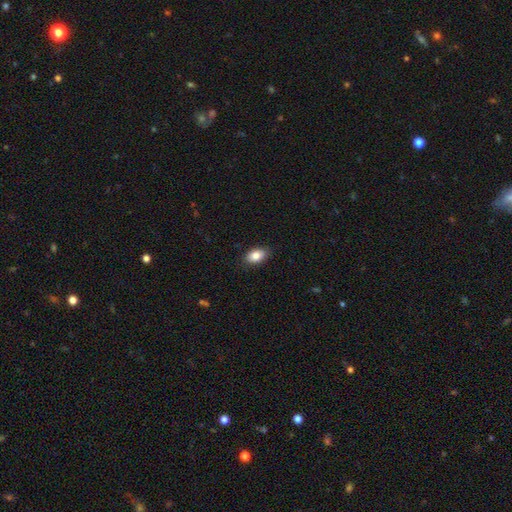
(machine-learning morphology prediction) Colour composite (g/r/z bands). It shows a smooth galaxy with no disk features (85%) that is in between round and cigar-shaped (89%). Merging: none (86%).